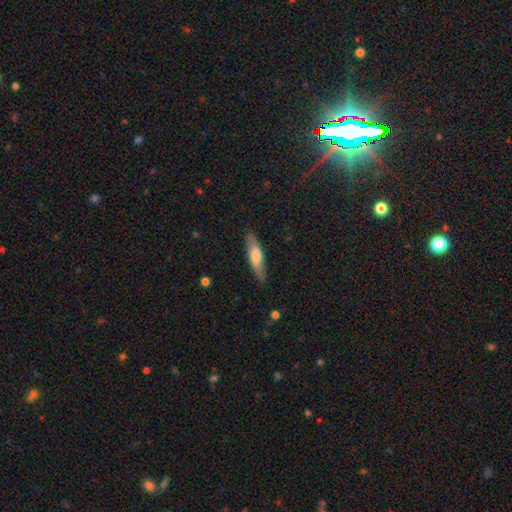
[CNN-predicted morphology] The model was most divided on "smooth or featured": smooth: 63%, featured or disk: 31%, star or artifact: 6%. More confident: merging — none (84%); how rounded — cigar-shaped (70%).